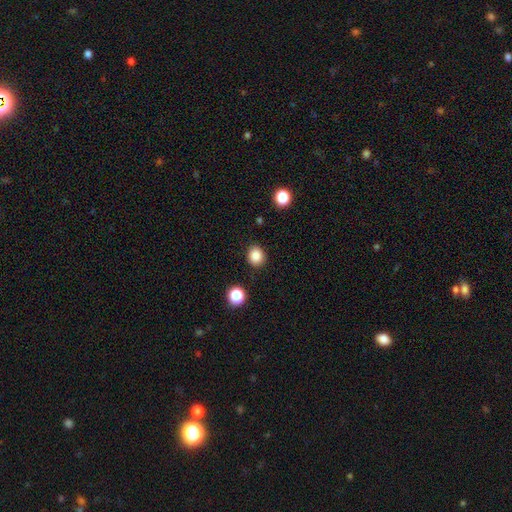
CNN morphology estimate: This is clearly a smooth galaxy (86%). How rounded: likely round (74%). Merging: clearly none (87%).